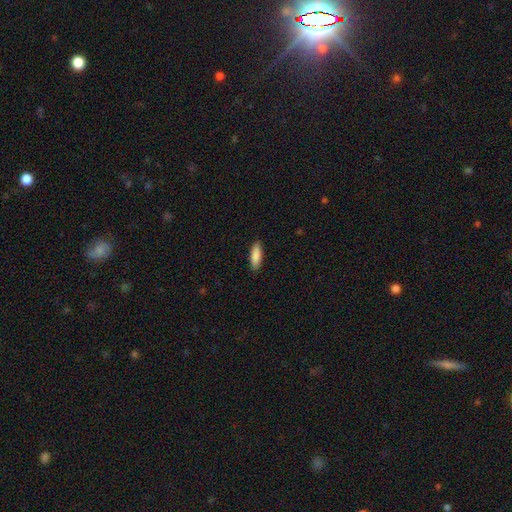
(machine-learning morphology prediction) Q: Smooth or featured?
A: smooth (88%); runner-up: featured or disk (6%)
Q: How rounded?
A: in between (59%); runner-up: cigar-shaped (40%)
Q: Merging?
A: none (89%); runner-up: minor disturbance (8%)